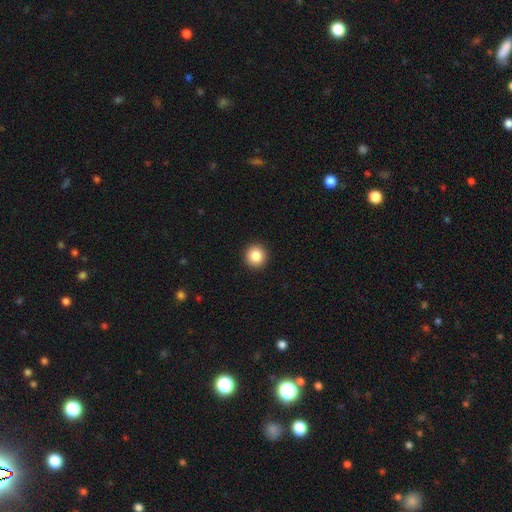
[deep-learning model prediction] Morphology: type=smooth (85%); roundness=round (95%); merging=none (93%).